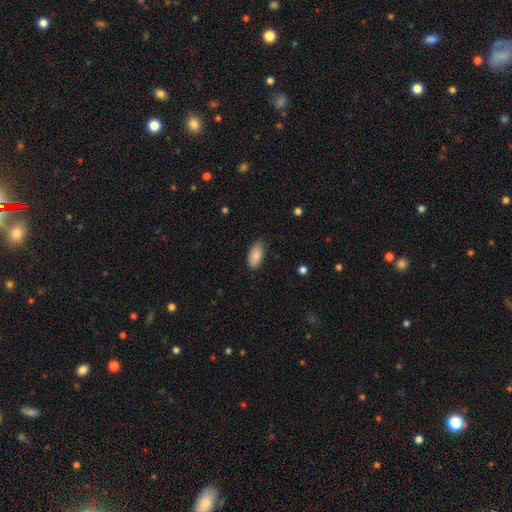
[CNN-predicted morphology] Q: Smooth or featured?
A: smooth (88%); runner-up: star or artifact (7%)
Q: How rounded?
A: in between (92%); runner-up: cigar-shaped (6%)
Q: Merging?
A: none (78%); runner-up: minor disturbance (18%)